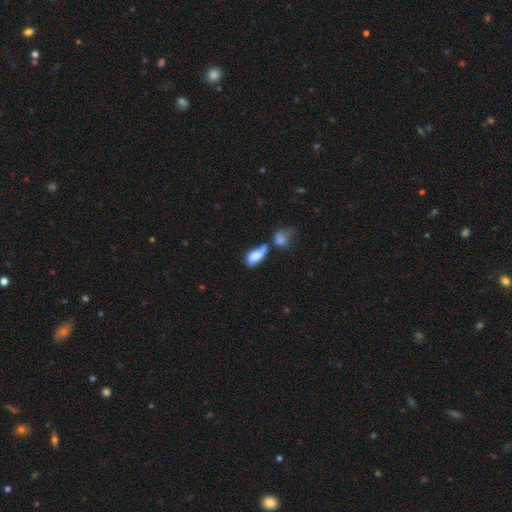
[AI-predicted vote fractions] Smooth or featured: smooth — 76% (featured or disk — 16%)
How rounded: in between — 87% (cigar-shaped — 8%)
Merging: merger — 46% (none — 24%)